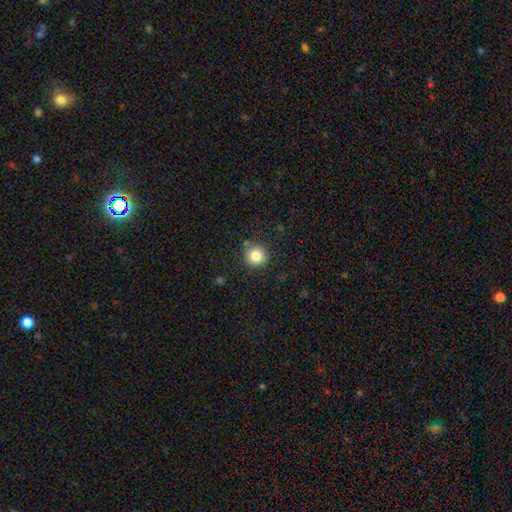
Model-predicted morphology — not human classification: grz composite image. It shows a smooth galaxy with no disk features (81%) that is round (95%). Merging: none (87%).